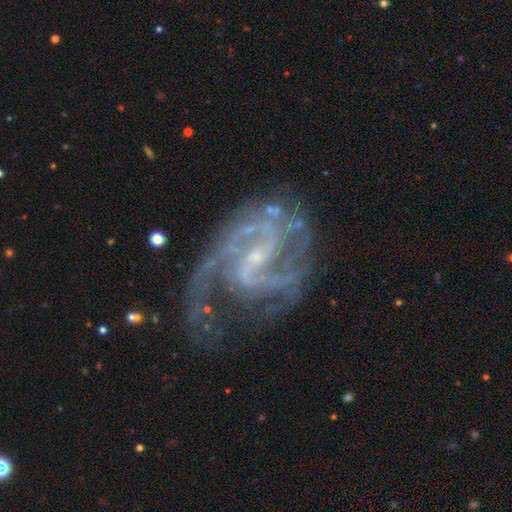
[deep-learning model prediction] A featured or disk galaxy (91%) with a weak bar (52%), 2 (64%) medium (55%) spiral arms (97%) and a small central bulge (75%).

Vote fractions:
- Smooth or featured? featured or disk: 91% / star or artifact: 6% / smooth: 3%
- Edge-on disk? no: 98% / yes: 2%
- Bar? weak: 52% / no: 24% / strong: 23%
- Spiral arms? yes: 97% / no: 3%
- Spiral winding? medium: 55% / tight: 27% / loose: 18%
- Spiral arm count? 2: 64% / 3: 11% / can't tell: 11% / 1: 5% / 4: 4% / more than 4: 4%
- Bulge size? small: 75% / moderate: 13% / none: 10% / large: 1% / dominant: 1%
- Merging? none: 53% / major disturbance: 22% / minor disturbance: 21% / merger: 4%